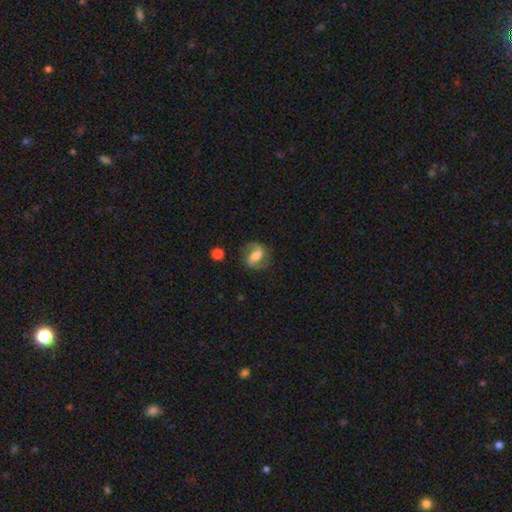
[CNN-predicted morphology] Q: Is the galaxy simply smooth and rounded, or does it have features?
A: featured or disk — 67%.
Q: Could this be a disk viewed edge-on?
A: no — 95%.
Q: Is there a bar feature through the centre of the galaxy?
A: strong — 46%.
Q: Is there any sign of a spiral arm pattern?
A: yes — 88%.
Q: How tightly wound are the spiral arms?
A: medium — 46%.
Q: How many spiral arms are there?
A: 2 — 87%.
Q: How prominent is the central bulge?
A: moderate — 45%.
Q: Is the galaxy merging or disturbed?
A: none — 72%.